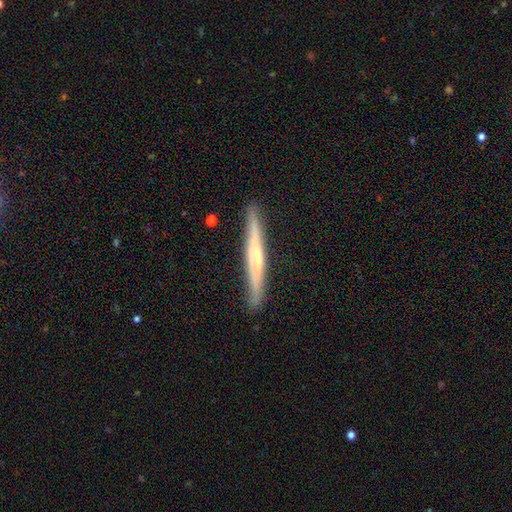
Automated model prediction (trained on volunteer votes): Overall: featured or disk (62%; smooth 32%). Edge-on disk: yes (95%). Edge-on bulge: none (46%; rounded 42%). Merging: none (89%).